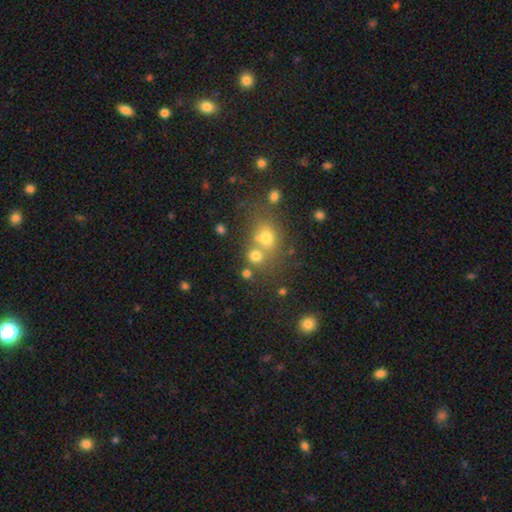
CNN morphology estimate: Overall: smooth (68%). How rounded: round (74%). Merging: none (48%; merger 37%).